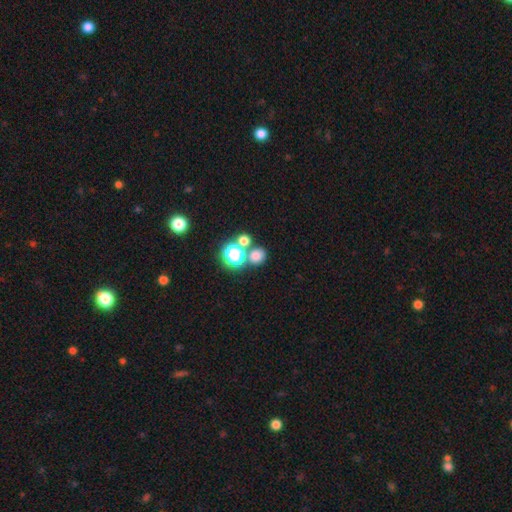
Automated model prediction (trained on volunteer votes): Smooth or featured? smooth (72%)
How rounded? round (80%)
Merging? none (59%)